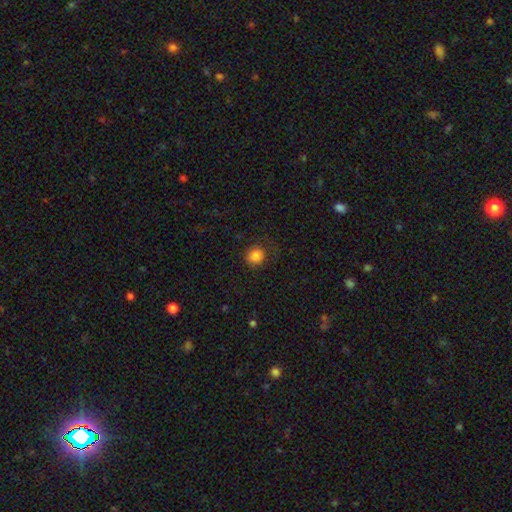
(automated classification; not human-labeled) smooth_or_featured: smooth (p=0.84) [alt: star or artifact p=0.11]
how_rounded: round (p=0.85) [alt: in between p=0.14]
merging: none (p=0.79) [alt: minor disturbance p=0.14]